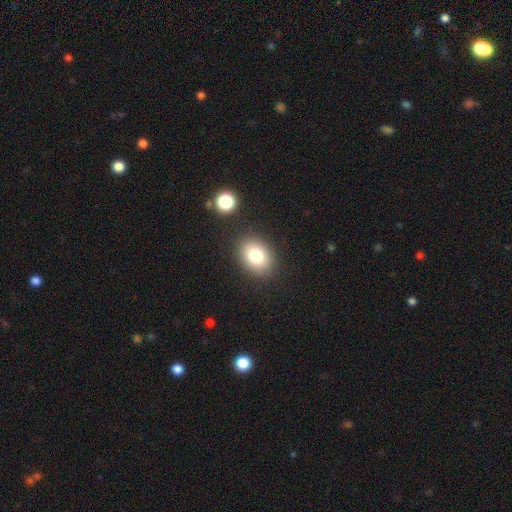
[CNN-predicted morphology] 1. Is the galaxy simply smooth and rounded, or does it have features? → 80% smooth, 11% star or artifact, 10% featured or disk.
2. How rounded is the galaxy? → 64% in between, 35% round, 1% cigar-shaped.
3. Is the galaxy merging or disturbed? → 86% none, 9% minor disturbance, 3% major disturbance, 3% merger.